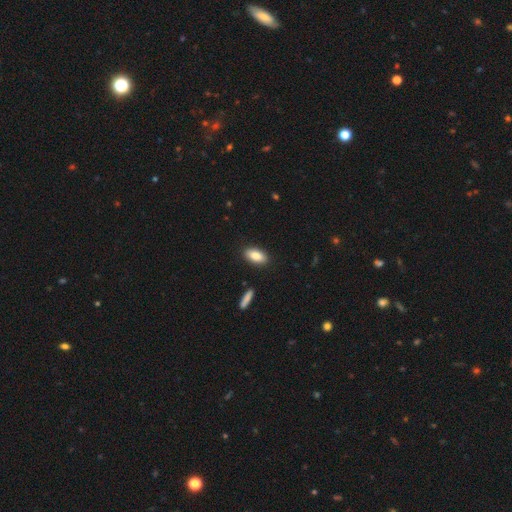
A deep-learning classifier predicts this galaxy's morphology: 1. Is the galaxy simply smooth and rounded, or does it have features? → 84% smooth, 9% featured or disk, 7% star or artifact.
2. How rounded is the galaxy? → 88% in between, 9% cigar-shaped, 3% round.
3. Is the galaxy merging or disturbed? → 89% none, 8% minor disturbance, 2% major disturbance, 2% merger.